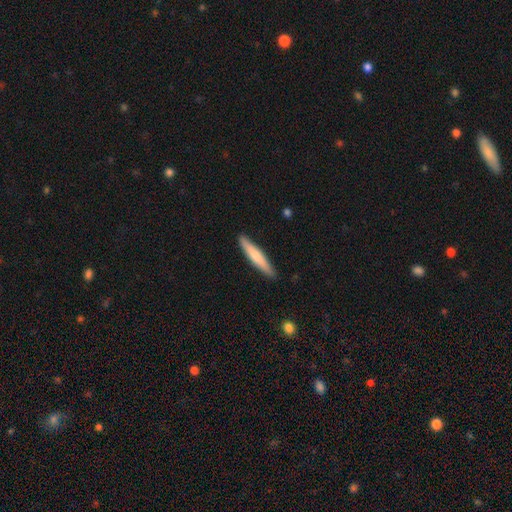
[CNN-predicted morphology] Smooth or featured? smooth (67%)
How rounded? cigar-shaped (93%)
Merging? none (90%)